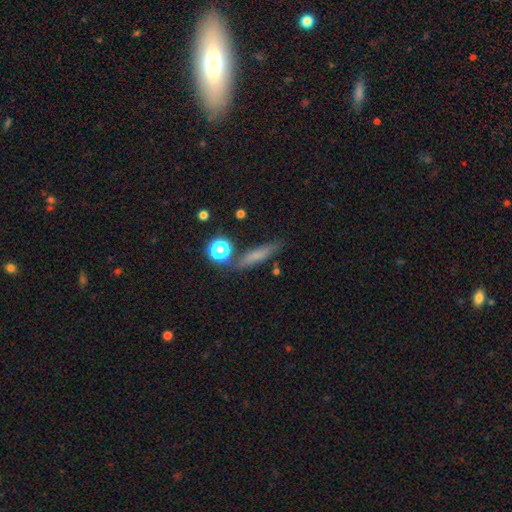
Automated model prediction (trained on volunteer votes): A smooth galaxy with no disk features (67%) that is cigar-shaped (78%). Merging: none (77%).